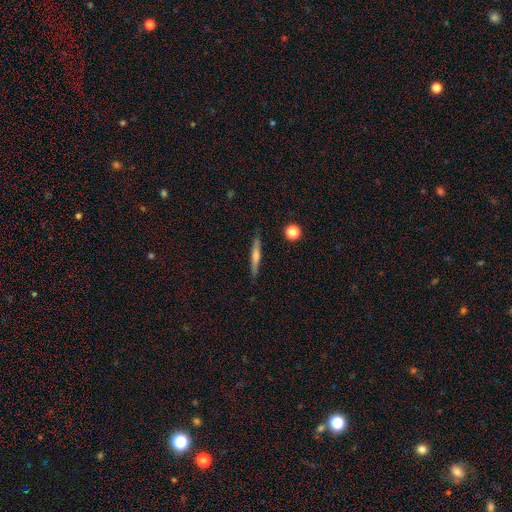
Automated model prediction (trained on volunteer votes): Smooth or featured: featured or disk — 48% (smooth — 45%)
Merging: none — 89% (minor disturbance — 8%)